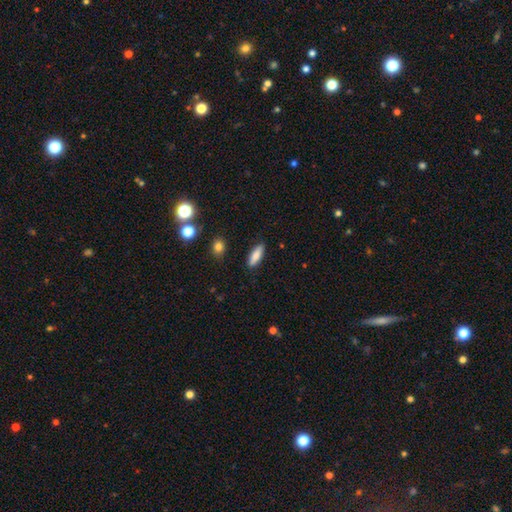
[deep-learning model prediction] Smooth or featured?
  - smooth: 82% *
  - featured or disk: 11%
  - star or artifact: 7%
How rounded?
  - cigar-shaped: 50% *
  - in between: 48%
  - round: 2%
Merging?
  - none: 89% *
  - minor disturbance: 8%
  - major disturbance: 2%
  - merger: 1%